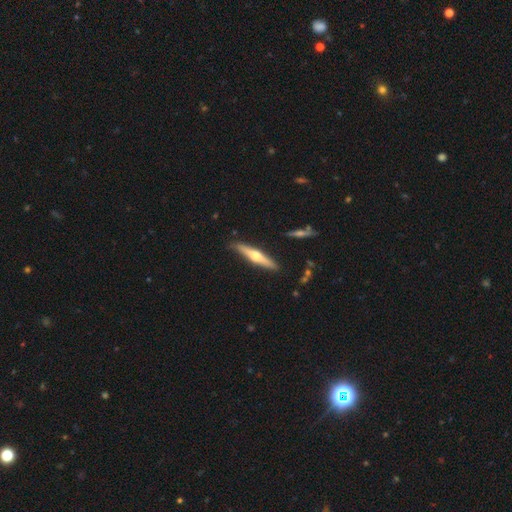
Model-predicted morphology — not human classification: Smooth or featured? Predicted: featured or disk (p=0.61). Edge-on disk? Predicted: yes (p=0.96). Edge-on bulge? Predicted: rounded (p=0.93). Merging? Predicted: none (p=0.88).